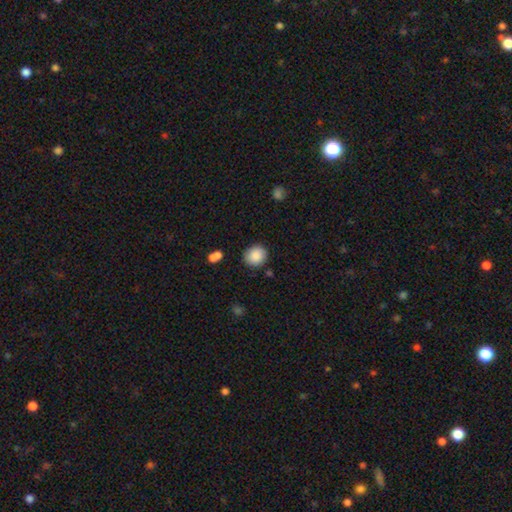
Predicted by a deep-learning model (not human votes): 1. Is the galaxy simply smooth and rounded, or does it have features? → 88% smooth, 8% star or artifact, 4% featured or disk.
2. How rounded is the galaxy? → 85% round, 14% in between, 1% cigar-shaped.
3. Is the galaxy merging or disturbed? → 86% none, 9% minor disturbance, 3% merger, 2% major disturbance.